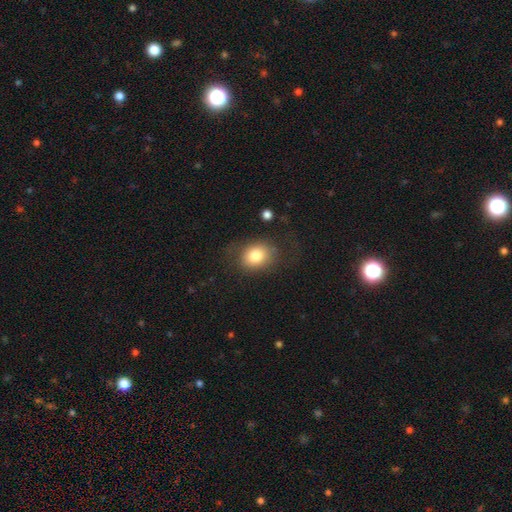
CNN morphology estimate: A smooth galaxy with no disk features (80%) that is in between round and cigar-shaped (53%). Merging: none (68%).